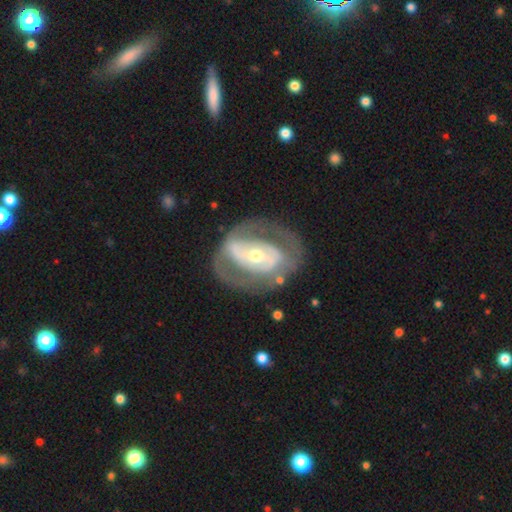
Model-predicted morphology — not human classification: smooth-or-featured: featured or disk: 75% | smooth: 20% | star or artifact: 5%
  disk-edge-on: no: 95% | yes: 5%
    bar: no: 47% | strong: 27% | weak: 27%
    has-spiral-arms: yes: 51% | no: 49%
    bulge-size: moderate: 51% | small: 42% | large: 5% | dominant: 1% | none: 1%
  merging: none: 63% | minor disturbance: 17% | major disturbance: 17% | merger: 2%